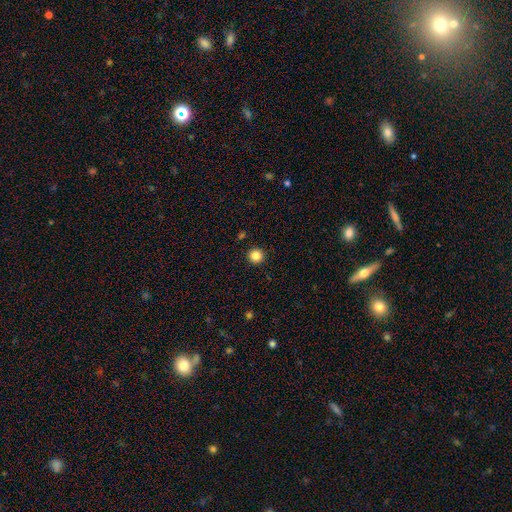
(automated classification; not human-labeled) smooth 85%, star or artifact 11%, featured or disk 4%. Down the decision tree: how rounded — round (96%); merging — none (93%).